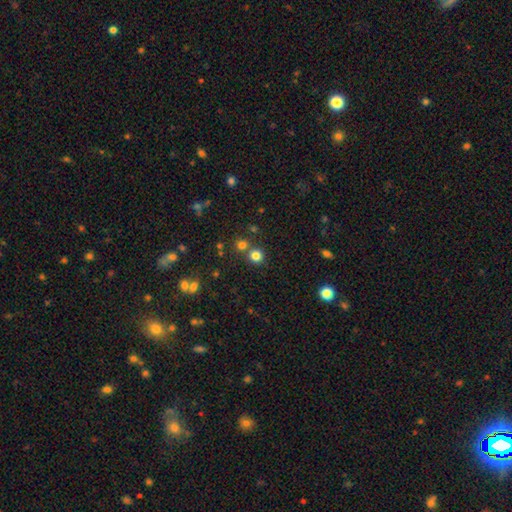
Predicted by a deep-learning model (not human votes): Smooth or featured?
  - smooth: 79% *
  - star or artifact: 16%
  - featured or disk: 5%
How rounded?
  - round: 91% *
  - in between: 8%
  - cigar-shaped: 1%
Merging?
  - none: 72% *
  - merger: 19%
  - minor disturbance: 7%
  - major disturbance: 3%